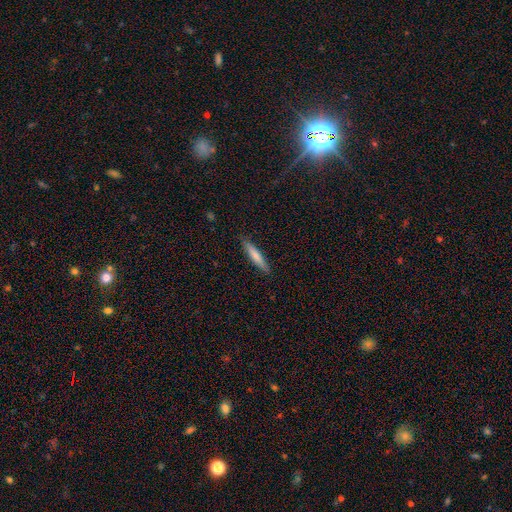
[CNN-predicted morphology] Smooth or featured?
  - smooth: 74% *
  - featured or disk: 21%
  - star or artifact: 6%
How rounded?
  - cigar-shaped: 89% *
  - in between: 9%
  - round: 1%
Merging?
  - none: 88% *
  - minor disturbance: 9%
  - major disturbance: 2%
  - merger: 1%